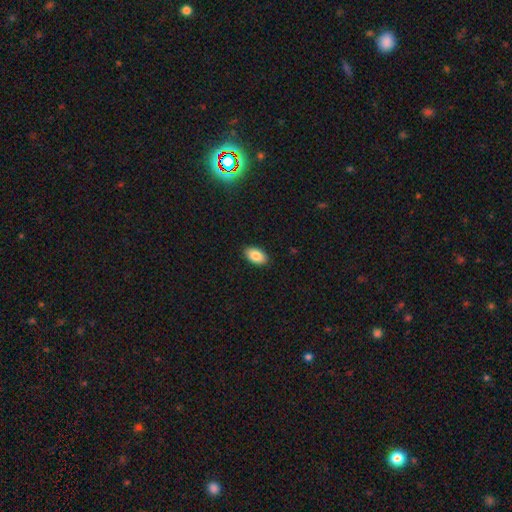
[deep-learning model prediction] Smooth or featured: smooth — 86% (star or artifact — 7%)
How rounded: in between — 94% (round — 5%)
Merging: none — 89% (minor disturbance — 8%)